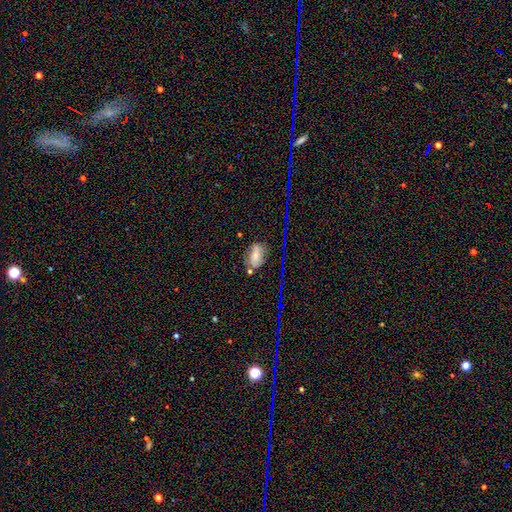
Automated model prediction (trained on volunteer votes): Smooth or featured: smooth — 47% (featured or disk — 28%)
Merging: none — 67% (minor disturbance — 21%)